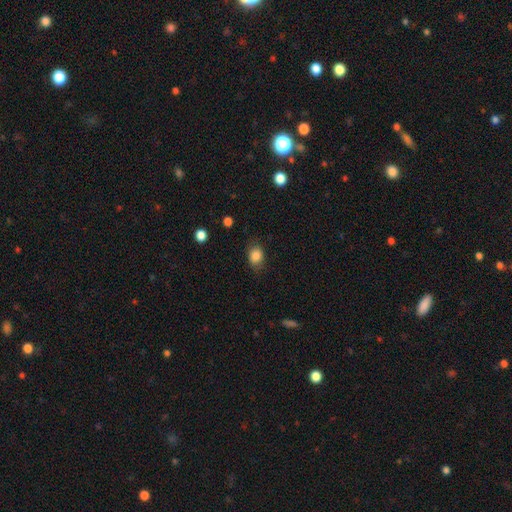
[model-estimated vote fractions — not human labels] A smooth galaxy with no disk features (85%) that is in between round and cigar-shaped (56%).

Vote fractions:
- Smooth or featured? smooth: 85% / star or artifact: 9% / featured or disk: 6%
- How rounded? in between: 56% / round: 42% / cigar-shaped: 1%
- Merging? none: 76% / minor disturbance: 18% / major disturbance: 5% / merger: 1%